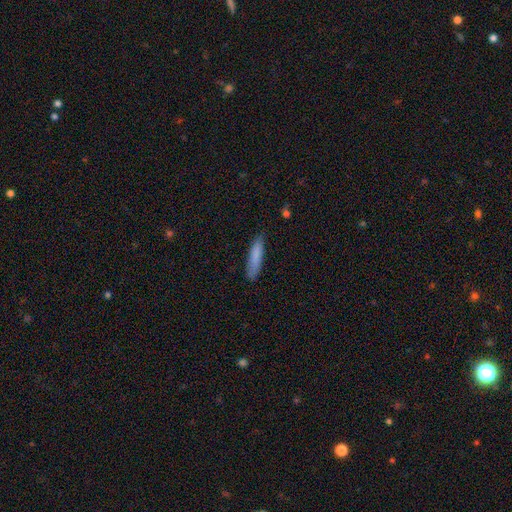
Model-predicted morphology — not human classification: Overall: smooth (83%). How rounded: cigar-shaped (84%). Merging: none (82%).